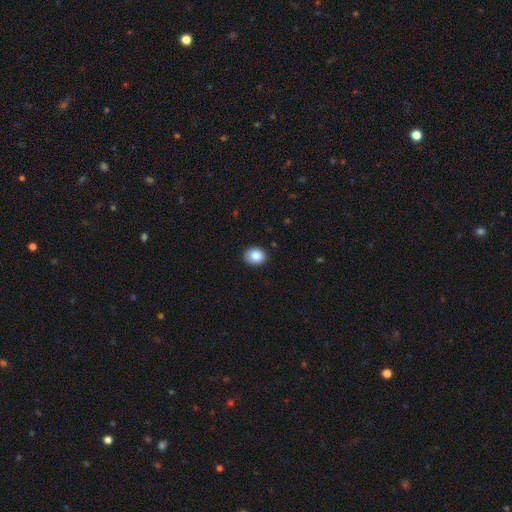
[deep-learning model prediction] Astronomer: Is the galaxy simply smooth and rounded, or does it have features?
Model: smooth — 86%.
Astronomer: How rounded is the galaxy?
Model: round — 60% (runner-up: in between, 39%).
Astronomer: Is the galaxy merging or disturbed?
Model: none — 88%.